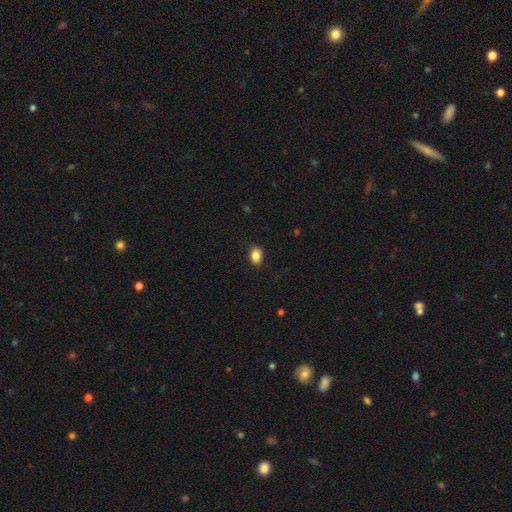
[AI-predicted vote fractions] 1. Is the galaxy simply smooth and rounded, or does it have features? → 87% smooth, 9% star or artifact, 4% featured or disk.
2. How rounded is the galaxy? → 74% in between, 25% round, 1% cigar-shaped.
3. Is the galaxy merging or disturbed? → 89% none, 8% minor disturbance, 2% major disturbance, 1% merger.